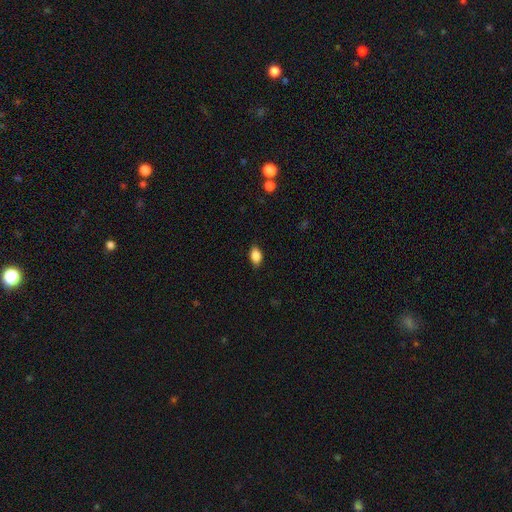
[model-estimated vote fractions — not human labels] The model was most divided on "merging": none: 85%, minor disturbance: 12%, major disturbance: 2%, merger: 1%. More confident: how rounded — in between (87%); smooth or featured — smooth (85%).